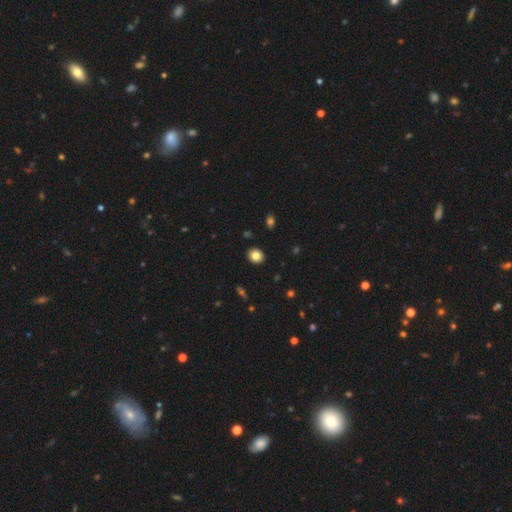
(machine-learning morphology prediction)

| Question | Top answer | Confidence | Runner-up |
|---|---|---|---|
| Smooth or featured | smooth | 83% | star or artifact (10%) |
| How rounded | round | 70% | in between (29%) |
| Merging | none | 92% | minor disturbance (5%) |